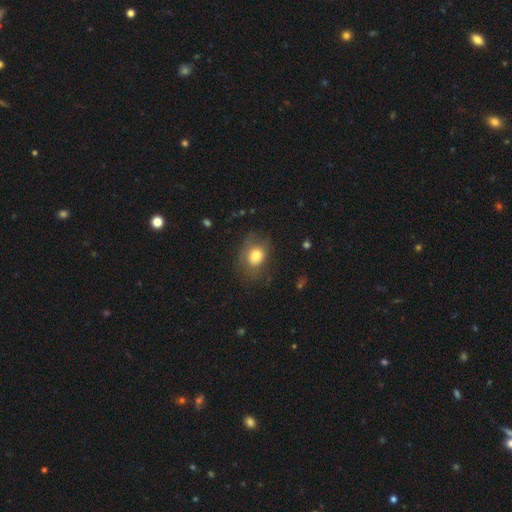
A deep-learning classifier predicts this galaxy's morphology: type=smooth (72%); roundness=in between (57%); merging=none (57%).